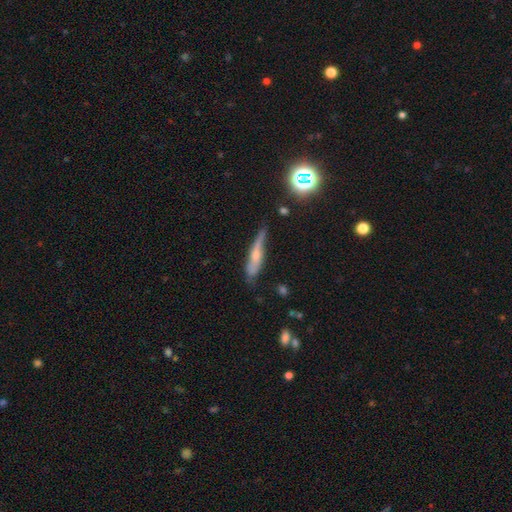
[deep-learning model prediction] A smooth galaxy with no disk features (48%).

Vote fractions:
- Smooth or featured? smooth: 48% / featured or disk: 43% / star or artifact: 9%
- Merging? none: 51% / minor disturbance: 35% / major disturbance: 10% / merger: 4%